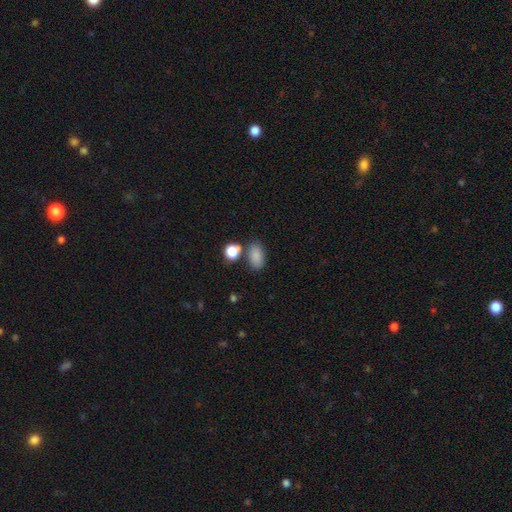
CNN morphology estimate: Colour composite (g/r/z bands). It shows a smooth galaxy with no disk features (85%) that is in between round and cigar-shaped (89%). Merging: none (69%).